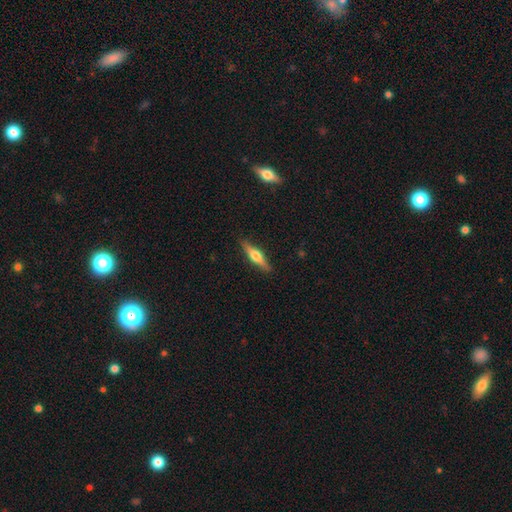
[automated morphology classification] The model was most divided on "smooth or featured": featured or disk: 61%, smooth: 33%, star or artifact: 6%. More confident: edge-on disk — yes (96%); edge-on bulge — rounded (93%); merging — none (90%).